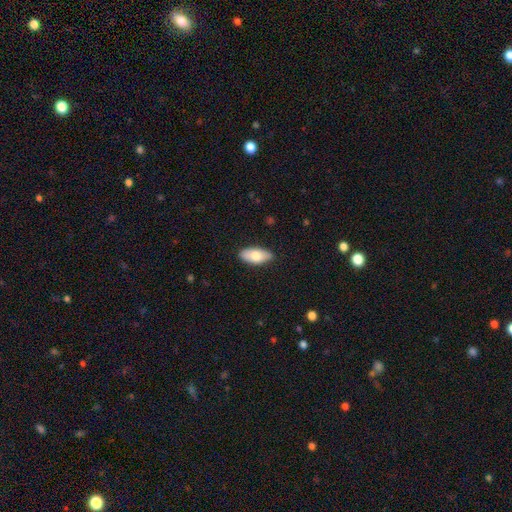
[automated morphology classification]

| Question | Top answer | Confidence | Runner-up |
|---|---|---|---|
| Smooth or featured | smooth | 75% | featured or disk (19%) |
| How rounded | in between | 90% | cigar-shaped (7%) |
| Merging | none | 86% | minor disturbance (11%) |